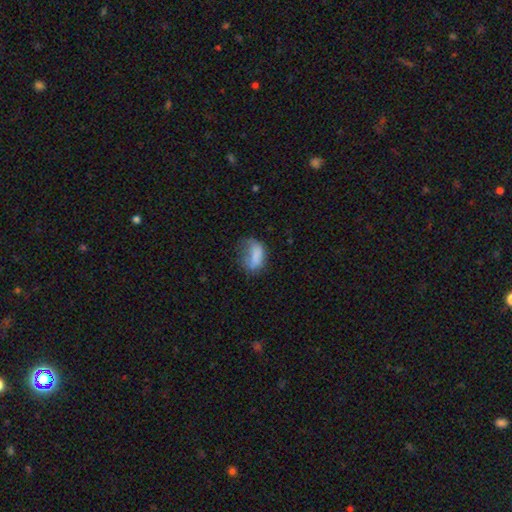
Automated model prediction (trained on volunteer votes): smooth_or_featured: smooth (p=0.71) [alt: featured or disk p=0.19]
how_rounded: in between (p=0.85) [alt: round p=0.10]
merging: major disturbance (p=0.41) [alt: minor disturbance p=0.28]